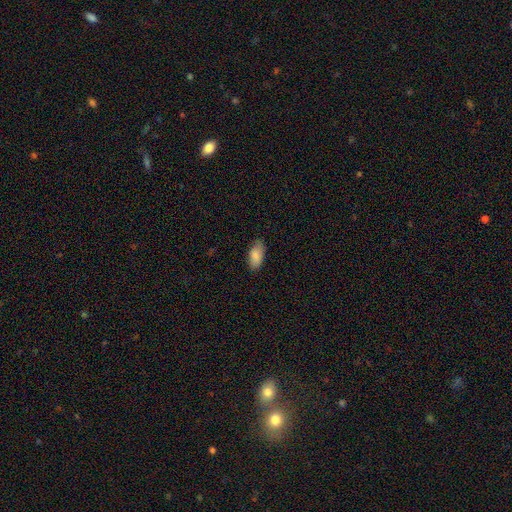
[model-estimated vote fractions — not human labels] smooth-or-featured: smooth: 87% | featured or disk: 7% | star or artifact: 7%
  how-rounded: in between: 90% | cigar-shaped: 8% | round: 2%
  merging: none: 78% | minor disturbance: 18% | major disturbance: 3% | merger: 1%